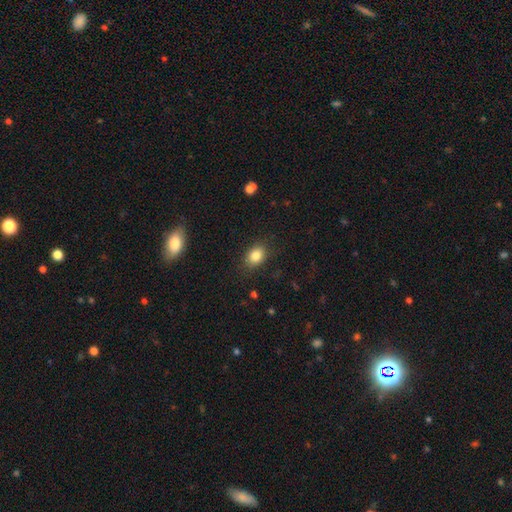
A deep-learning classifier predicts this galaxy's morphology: This appears to be a smooth galaxy with no disk features (83%) that is in between round and cigar-shaped (73%). Merging: none (82%).